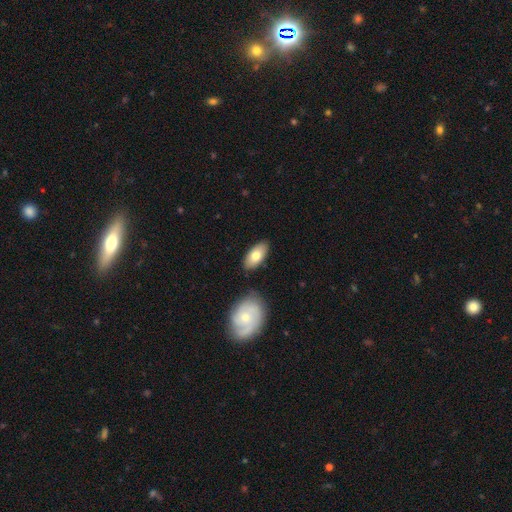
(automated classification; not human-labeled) smooth_or_featured: smooth (p=0.75) [alt: featured or disk p=0.20]
how_rounded: in between (p=0.91) [alt: cigar-shaped p=0.06]
merging: none (p=0.81) [alt: minor disturbance p=0.12]